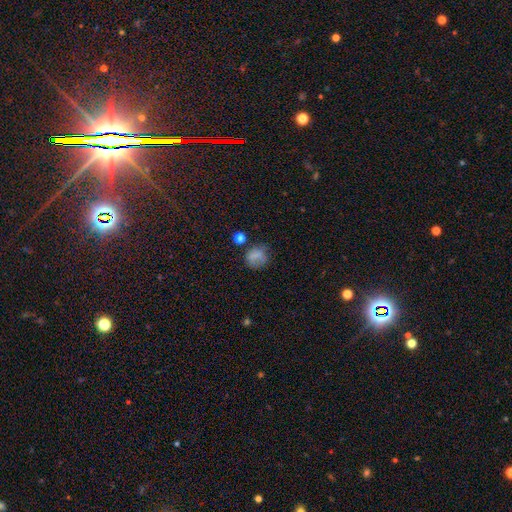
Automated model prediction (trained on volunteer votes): Smooth or featured? Predicted: smooth (p=0.70). How rounded? Predicted: round (p=0.70). Merging? Predicted: none (p=0.55).